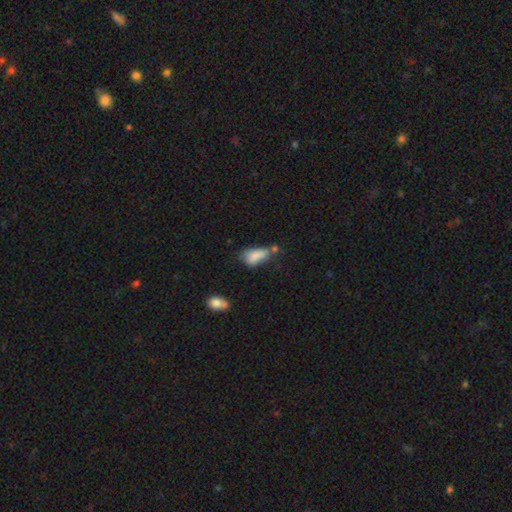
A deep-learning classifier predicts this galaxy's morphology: type=smooth (78%); roundness=in between (85%); merging=minor disturbance (31%, tied with none).